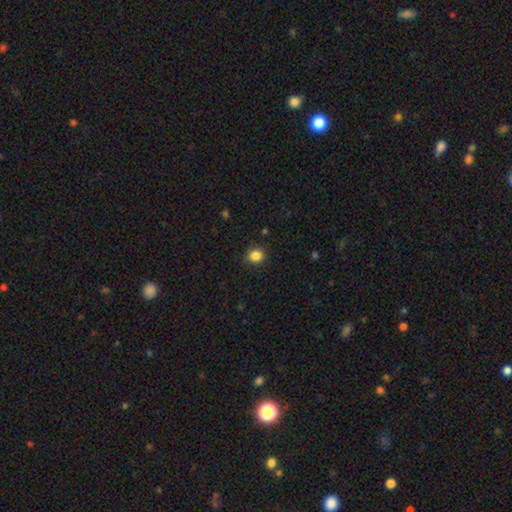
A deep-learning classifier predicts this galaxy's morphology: This appears to be a smooth galaxy with no disk features (85%) that is round (80%). Merging: none (89%).